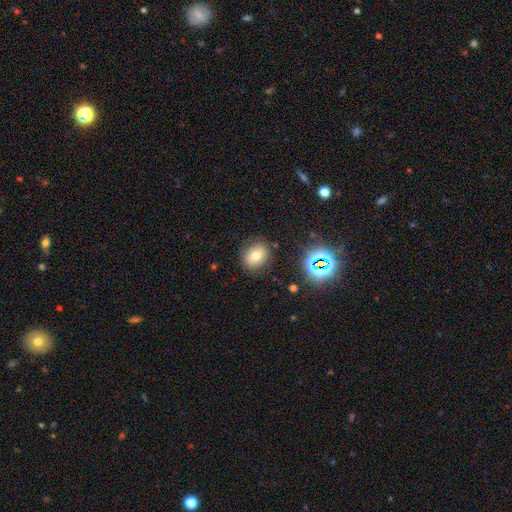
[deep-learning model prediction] A smooth galaxy with no disk features (71%) that is round (57%).

Vote fractions:
- Smooth or featured? smooth: 71% / star or artifact: 17% / featured or disk: 13%
- How rounded? round: 57% / in between: 42% / cigar-shaped: 1%
- Merging? none: 83% / minor disturbance: 11% / major disturbance: 3% / merger: 2%